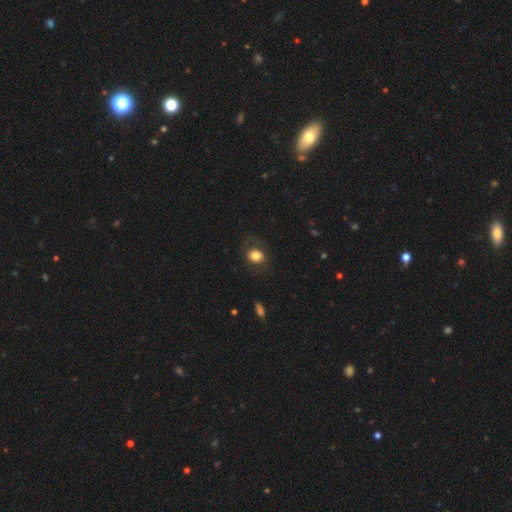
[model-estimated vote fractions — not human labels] Smooth or featured: smooth — 78% (featured or disk — 14%)
How rounded: round — 51% (in between — 48%)
Merging: none — 73% (minor disturbance — 16%)